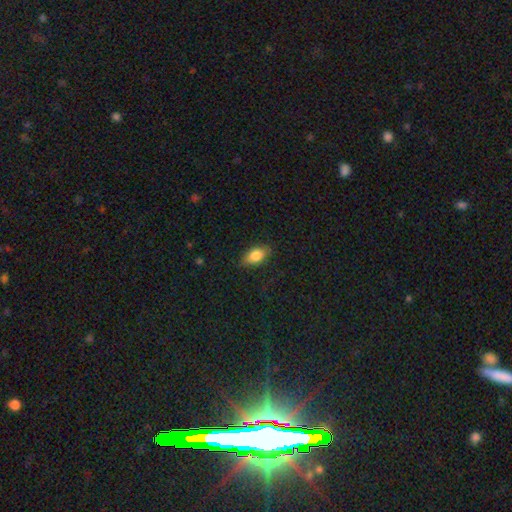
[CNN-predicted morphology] smooth_or_featured: smooth (p=0.82) [alt: featured or disk p=0.10]
how_rounded: in between (p=0.87) [alt: round p=0.08]
merging: none (p=0.81) [alt: minor disturbance p=0.14]